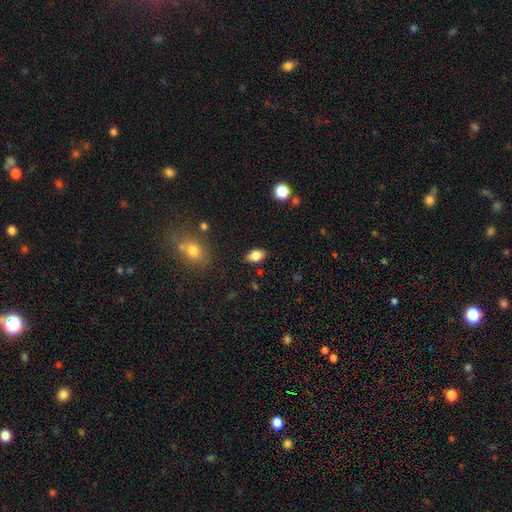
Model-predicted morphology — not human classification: type=smooth (79%); roundness=in between (88%); merging=none (85%).